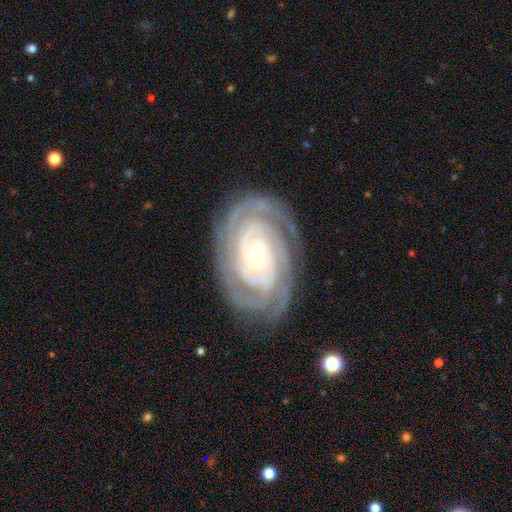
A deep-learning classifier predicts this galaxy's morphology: A featured or disk galaxy (90%) with no bar (77%), 3 (24%) tight (83%) spiral arms (97%) and a small central bulge (77%).

Vote fractions:
- Smooth or featured? featured or disk: 90% / smooth: 5% / star or artifact: 5%
- Edge-on disk? no: 97% / yes: 3%
- Bar? no: 77% / weak: 15% / strong: 8%
- Spiral arms? yes: 97% / no: 3%
- Spiral winding? tight: 83% / medium: 15% / loose: 2%
- Spiral arm count? 3: 24% / can't tell: 22% / 2: 21% / 4: 18% / more than 4: 9% / 1: 7%
- Bulge size? small: 77% / moderate: 20% / large: 2% / dominant: 1% / none: 1%
- Merging? none: 81% / minor disturbance: 14% / major disturbance: 4% / merger: 1%